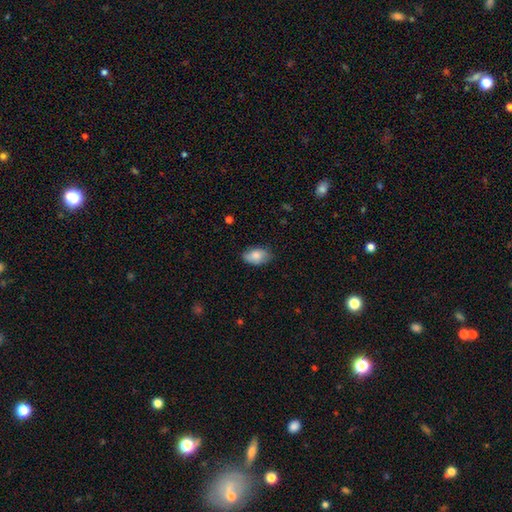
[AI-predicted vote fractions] A smooth galaxy with no disk features (79%) that is in between round and cigar-shaped (92%). Merging: none (77%).